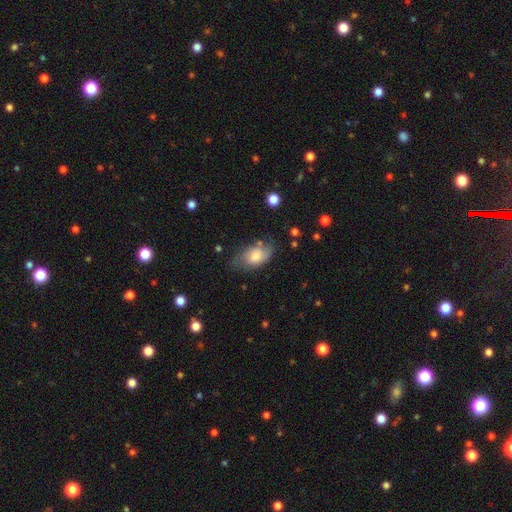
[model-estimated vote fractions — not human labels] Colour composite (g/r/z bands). It shows a smooth galaxy with no disk features (68%) that is in between round and cigar-shaped (90%). Merging: none (60%).